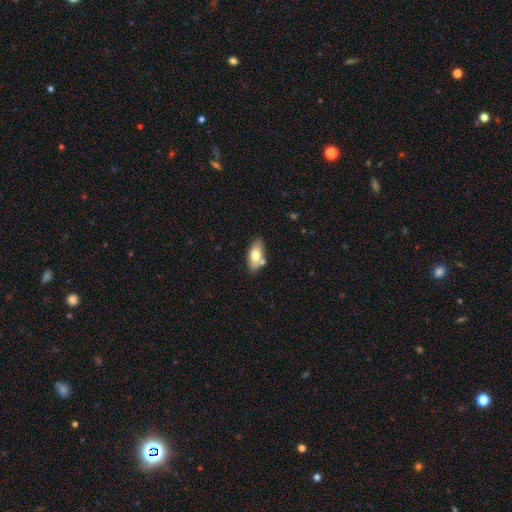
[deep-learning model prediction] Q: Smooth or featured?
A: smooth (70%); runner-up: featured or disk (23%)
Q: How rounded?
A: in between (89%); runner-up: cigar-shaped (7%)
Q: Merging?
A: none (68%); runner-up: minor disturbance (15%)